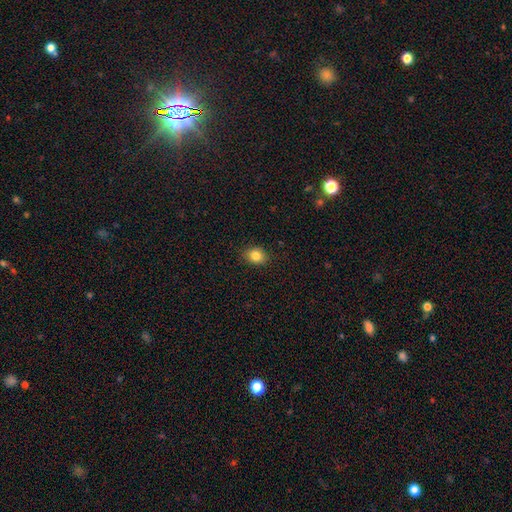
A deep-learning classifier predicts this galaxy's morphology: Overall: smooth (83%). How rounded: round (54%; in between 45%). Merging: none (88%).